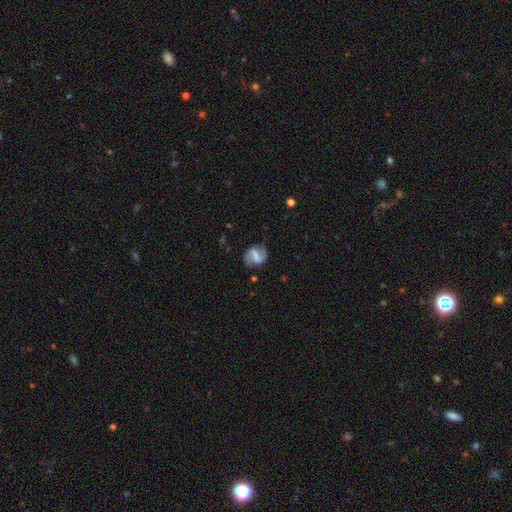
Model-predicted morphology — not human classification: Smooth or featured?
  - featured or disk: 71% *
  - smooth: 22%
  - star or artifact: 7%
Edge-on disk?
  - no: 97% *
  - yes: 3%
Bar?
  - strong: 47% *
  - weak: 40%
  - no: 13%
Spiral arms?
  - yes: 90% *
  - no: 10%
Spiral winding?
  - medium: 44% *
  - loose: 36%
  - tight: 20%
Spiral arm count?
  - 2: 90% *
  - can't tell: 5%
  - 1: 3%
  - 3: 1%
  - 4: 1%
  - more than 4: 1%
Bulge size?
  - none: 34% *
  - small: 29%
  - moderate: 27%
  - large: 8%
  - dominant: 2%
Merging?
  - none: 79% *
  - minor disturbance: 14%
  - major disturbance: 5%
  - merger: 2%